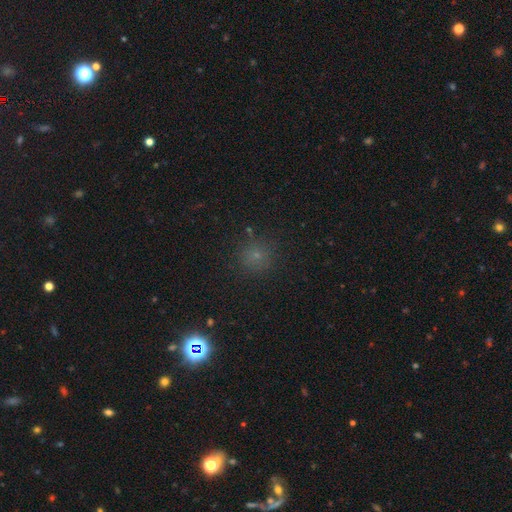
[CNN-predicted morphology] Overall: smooth (62%; star or artifact 30%). How rounded: round (93%). Merging: none (85%).